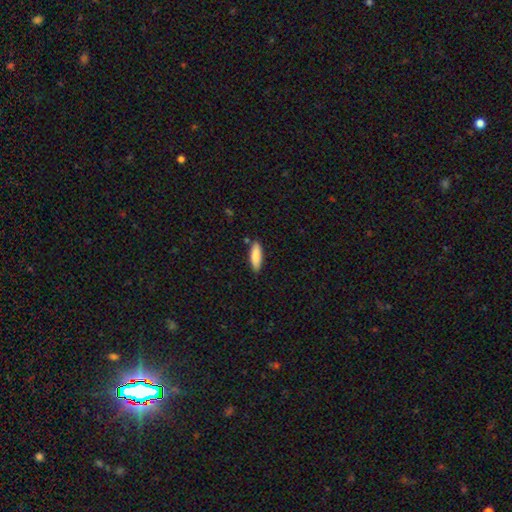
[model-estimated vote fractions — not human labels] Morphology: type=smooth (86%); roundness=in between (54%); merging=none (84%).